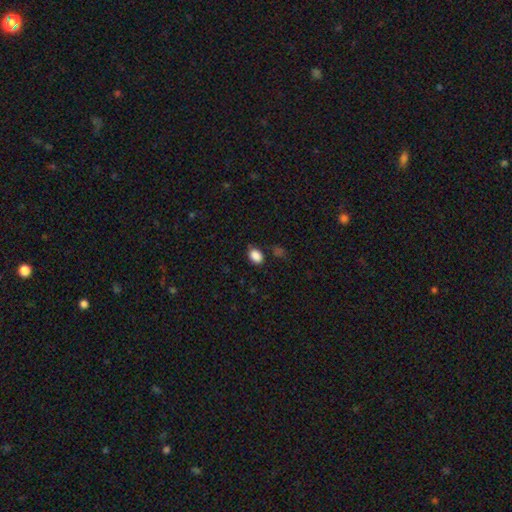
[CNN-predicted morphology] smooth_or_featured: smooth (p=0.87) [alt: star or artifact p=0.09]
how_rounded: in between (p=0.76) [alt: round p=0.23]
merging: none (p=0.77) [alt: minor disturbance p=0.16]